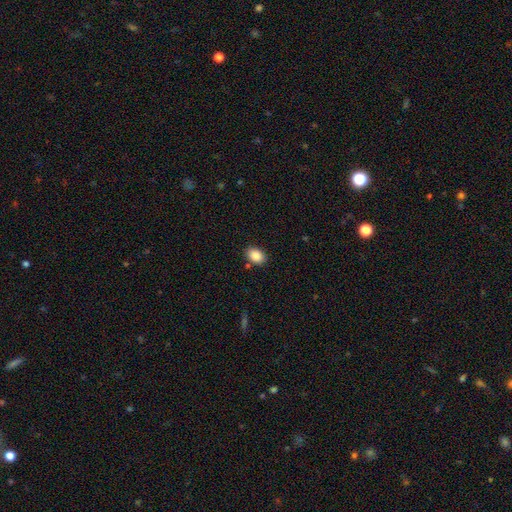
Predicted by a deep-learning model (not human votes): This appears to be a smooth galaxy with no disk features (87%) that is in between round and cigar-shaped (81%). Merging: none (84%).